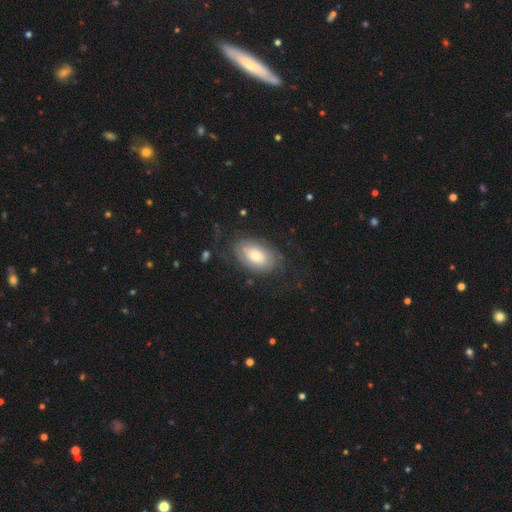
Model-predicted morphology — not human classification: Smooth or featured?
  - smooth: 47% *
  - featured or disk: 46%
  - star or artifact: 7%
Merging?
  - none: 66% *
  - minor disturbance: 18%
  - major disturbance: 14%
  - merger: 2%